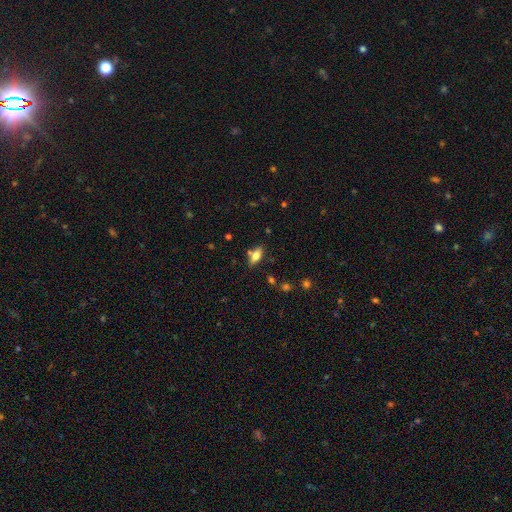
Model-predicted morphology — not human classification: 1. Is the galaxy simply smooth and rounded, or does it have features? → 73% smooth, 19% featured or disk, 9% star or artifact.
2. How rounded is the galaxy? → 83% in between, 14% cigar-shaped, 4% round.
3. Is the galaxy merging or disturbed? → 73% none, 14% minor disturbance, 10% merger, 4% major disturbance.